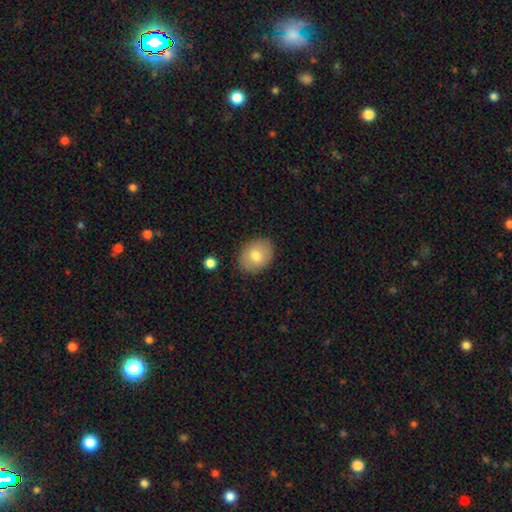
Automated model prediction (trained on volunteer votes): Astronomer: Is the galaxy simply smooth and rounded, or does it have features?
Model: smooth — 76%.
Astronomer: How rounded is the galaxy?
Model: in between — 62%.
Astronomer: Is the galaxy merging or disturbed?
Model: none — 85%.